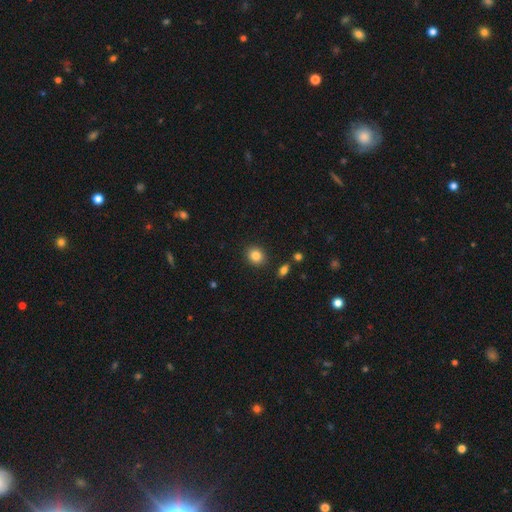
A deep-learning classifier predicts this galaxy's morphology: A smooth galaxy with no disk features (85%) that is round (69%). Merging: none (89%).